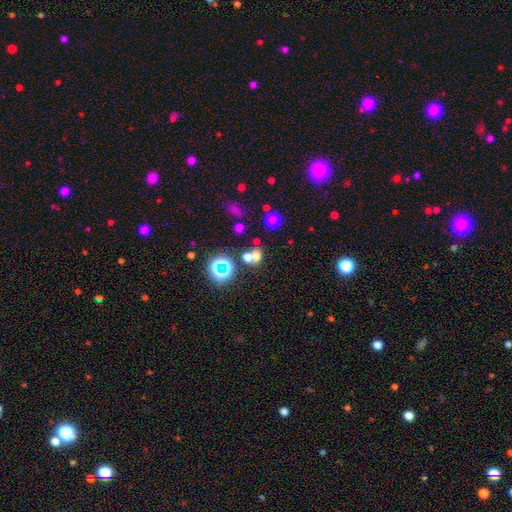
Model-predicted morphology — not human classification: type=smooth (57%); roundness=round (64%); merging=none (51%).